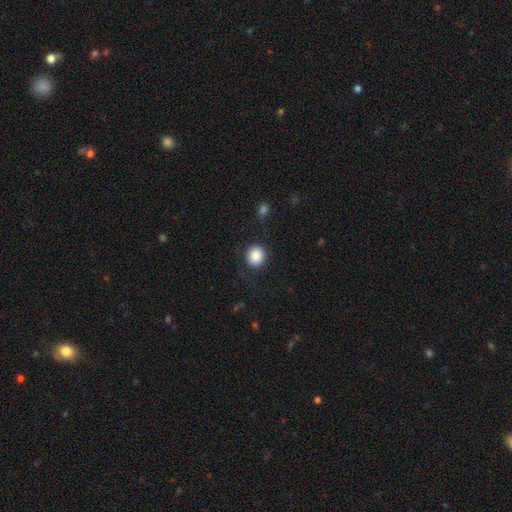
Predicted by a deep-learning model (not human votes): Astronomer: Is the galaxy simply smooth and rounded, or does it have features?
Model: smooth — 86%.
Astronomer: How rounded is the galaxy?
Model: round — 84%.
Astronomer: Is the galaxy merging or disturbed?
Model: none — 84%.